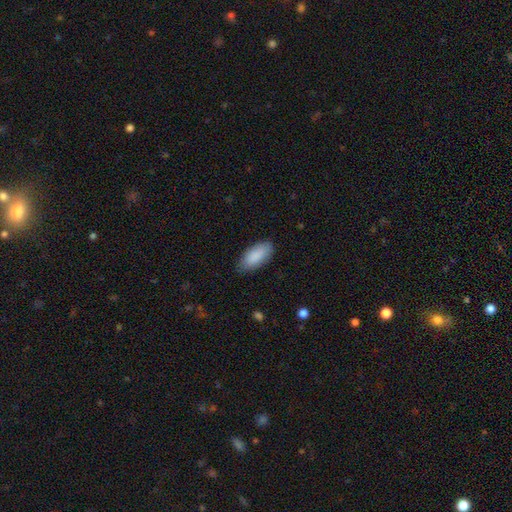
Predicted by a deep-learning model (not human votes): A smooth galaxy with no disk features (89%) that is in between round and cigar-shaped (90%). Merging: none (83%).